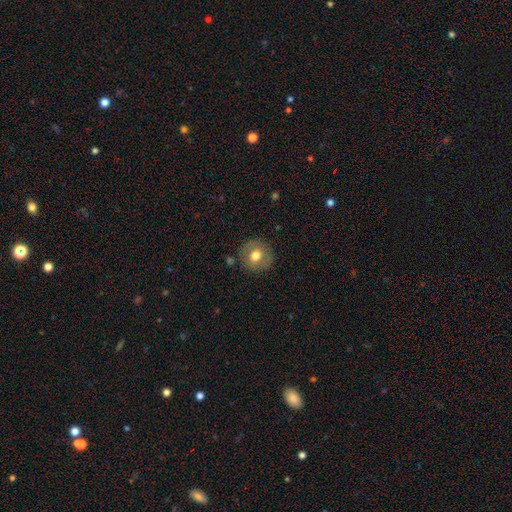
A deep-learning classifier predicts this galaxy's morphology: This appears to be a smooth galaxy with no disk features (71%) that is round (90%). Merging: none (87%).